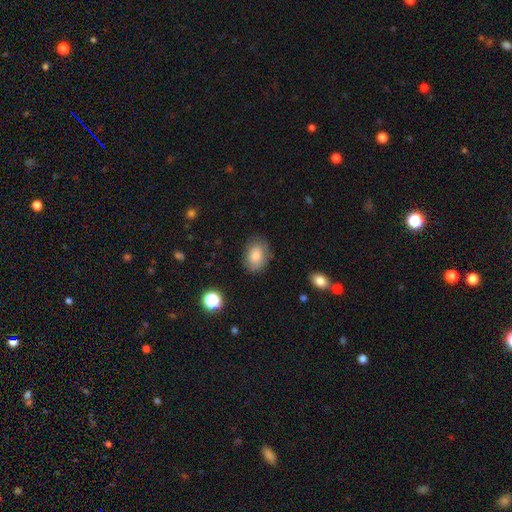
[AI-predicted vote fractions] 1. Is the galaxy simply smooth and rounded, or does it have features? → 80% smooth, 11% featured or disk, 9% star or artifact.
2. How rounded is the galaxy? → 71% in between, 28% round, 1% cigar-shaped.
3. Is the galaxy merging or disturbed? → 80% none, 15% minor disturbance, 4% major disturbance, 1% merger.